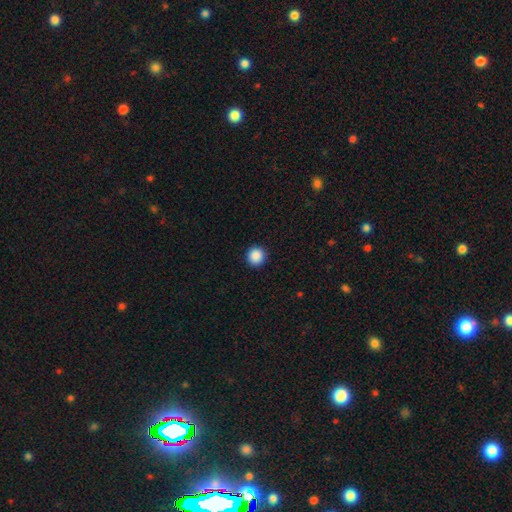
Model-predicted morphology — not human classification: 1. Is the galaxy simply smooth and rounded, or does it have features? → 89% smooth, 9% star or artifact, 2% featured or disk.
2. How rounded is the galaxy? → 94% round, 5% in between, 1% cigar-shaped.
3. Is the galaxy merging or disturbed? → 93% none, 5% minor disturbance, 2% major disturbance, 1% merger.